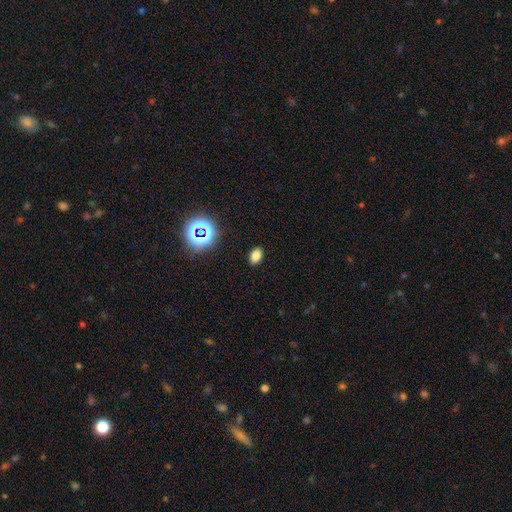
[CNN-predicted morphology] The model was most divided on "smooth or featured": smooth: 76%, star or artifact: 18%, featured or disk: 6%. More confident: merging — none (89%); how rounded — in between (85%).